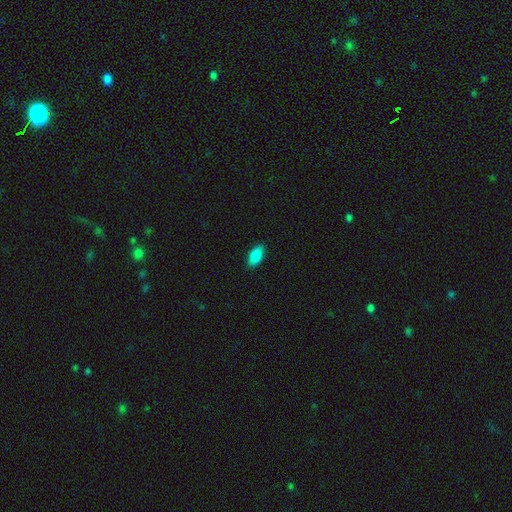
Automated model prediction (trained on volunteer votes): Q: Smooth or featured?
A: smooth (87%); runner-up: featured or disk (7%)
Q: How rounded?
A: in between (90%); runner-up: cigar-shaped (8%)
Q: Merging?
A: none (88%); runner-up: minor disturbance (9%)